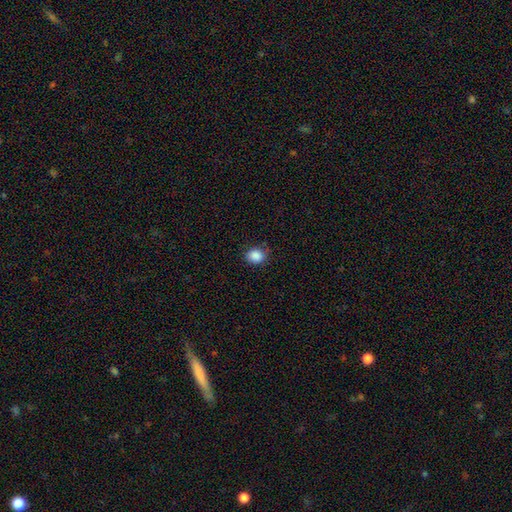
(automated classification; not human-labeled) Q: Smooth or featured?
A: smooth (87%); runner-up: star or artifact (10%)
Q: How rounded?
A: round (68%); runner-up: in between (31%)
Q: Merging?
A: none (80%); runner-up: minor disturbance (15%)